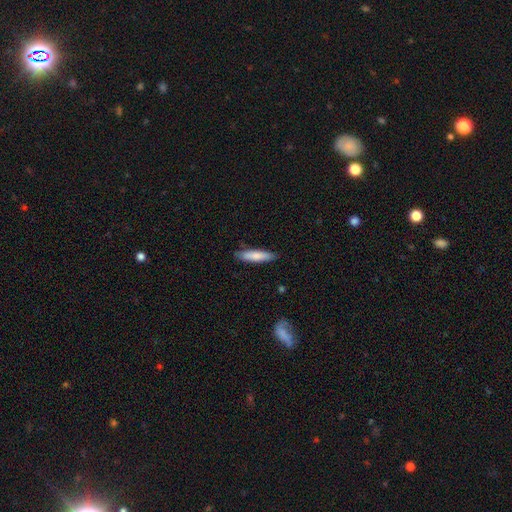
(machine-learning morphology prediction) This is likely a smooth galaxy (79%). How rounded: likely cigar-shaped (79%). Merging: clearly none (85%).